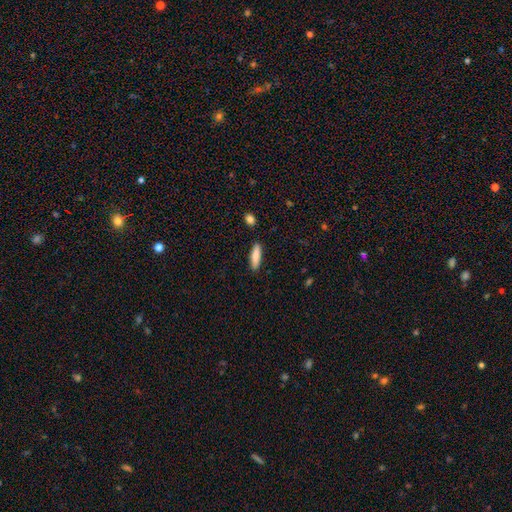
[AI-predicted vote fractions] The model was most divided on "how rounded": cigar-shaped: 63%, in between: 36%, round: 2%. More confident: merging — none (89%); smooth or featured — smooth (85%).